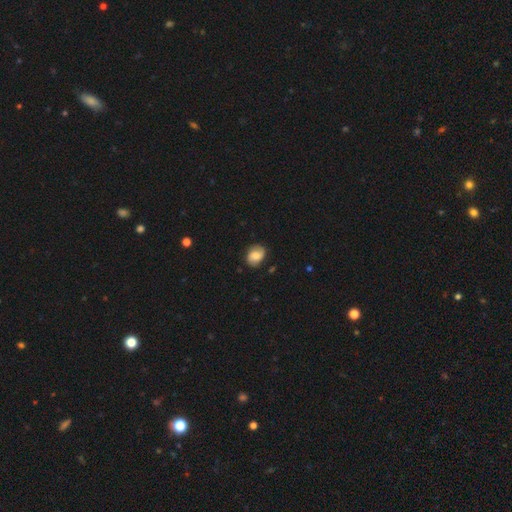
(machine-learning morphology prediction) A smooth galaxy with no disk features (60%) that is in between round and cigar-shaped (52%).

Vote fractions:
- Smooth or featured? smooth: 60% / featured or disk: 31% / star or artifact: 8%
- How rounded? in between: 52% / round: 47% / cigar-shaped: 1%
- Merging? none: 79% / minor disturbance: 16% / major disturbance: 4% / merger: 1%